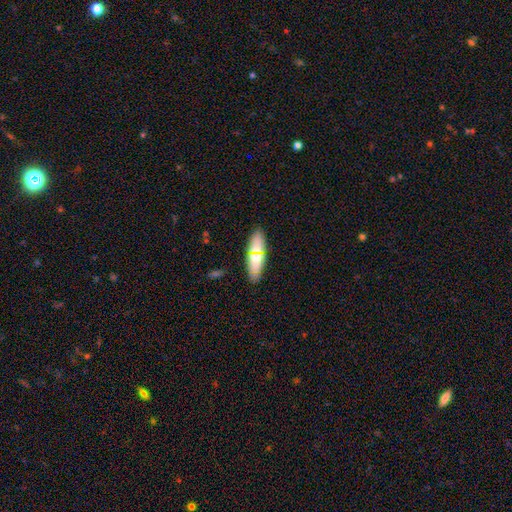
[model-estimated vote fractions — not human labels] A smooth galaxy with no disk features (58%) that is in between round and cigar-shaped (50%). Merging: none (84%).